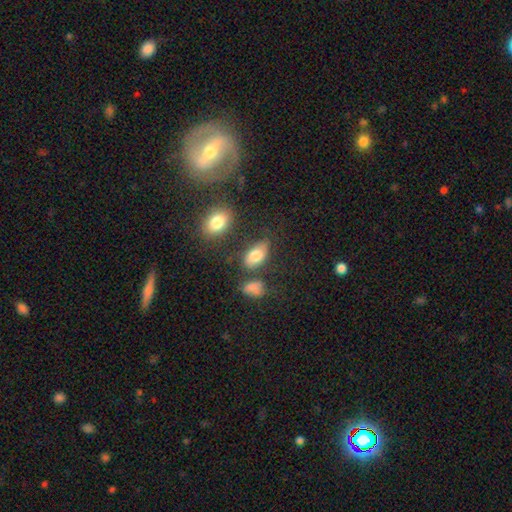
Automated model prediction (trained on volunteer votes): This appears to be a smooth galaxy with no disk features (78%) that is in between round and cigar-shaped (90%). Merging: none (61%).